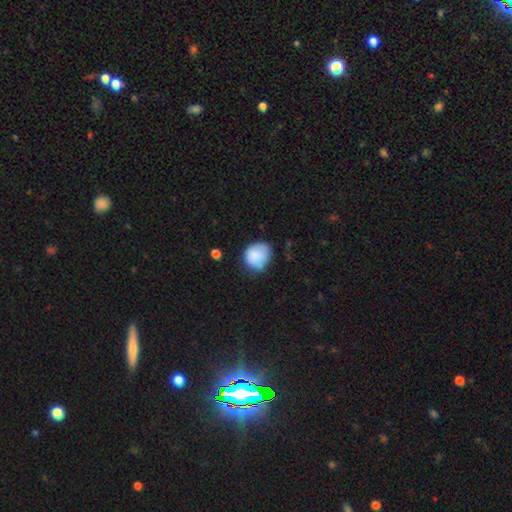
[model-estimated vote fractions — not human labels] A smooth galaxy with no disk features (83%) that is round (70%).

Vote fractions:
- Smooth or featured? smooth: 83% / featured or disk: 9% / star or artifact: 8%
- How rounded? round: 70% / in between: 29% / cigar-shaped: 1%
- Merging? none: 58% / minor disturbance: 32% / major disturbance: 7% / merger: 3%